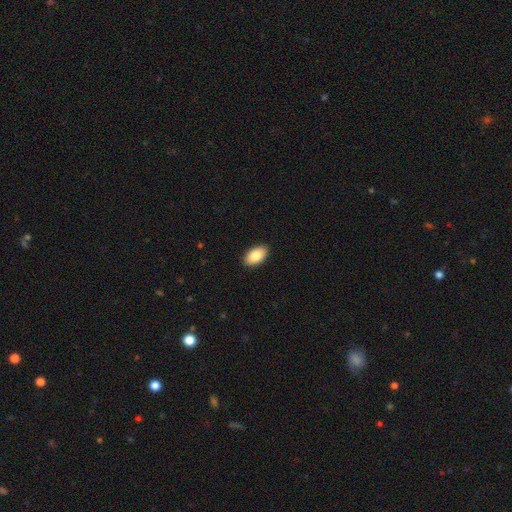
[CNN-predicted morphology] type=smooth (86%); roundness=in between (95%); merging=none (90%).